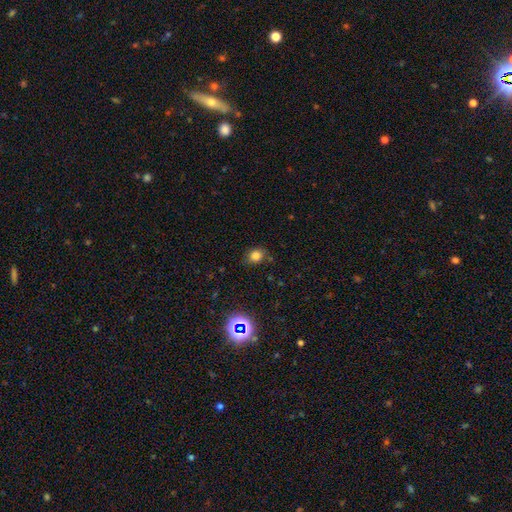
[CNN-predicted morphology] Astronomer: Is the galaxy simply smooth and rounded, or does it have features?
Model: smooth — 78%.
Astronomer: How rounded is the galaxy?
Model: round — 59% (runner-up: in between, 40%).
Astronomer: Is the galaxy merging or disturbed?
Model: none — 78%.